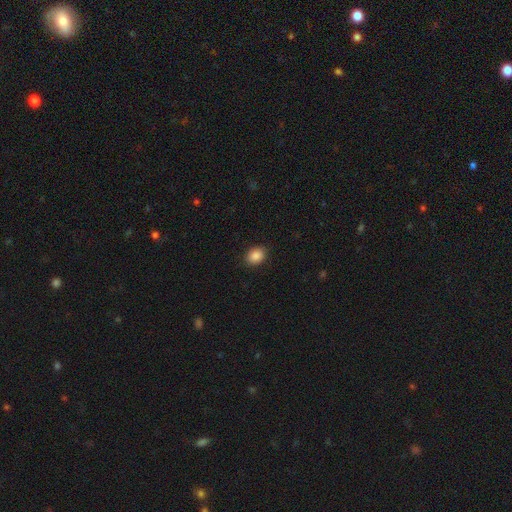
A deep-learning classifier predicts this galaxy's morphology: Smooth or featured? smooth (88%)
How rounded? in between (53%)
Merging? none (89%)